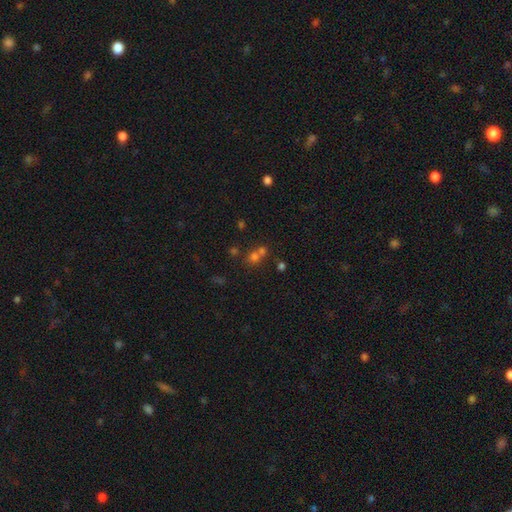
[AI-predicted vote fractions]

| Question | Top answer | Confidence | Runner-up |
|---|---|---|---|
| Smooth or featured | smooth | 62% | star or artifact (26%) |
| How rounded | round | 84% | in between (15%) |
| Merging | merger | 46% | none (45%) |